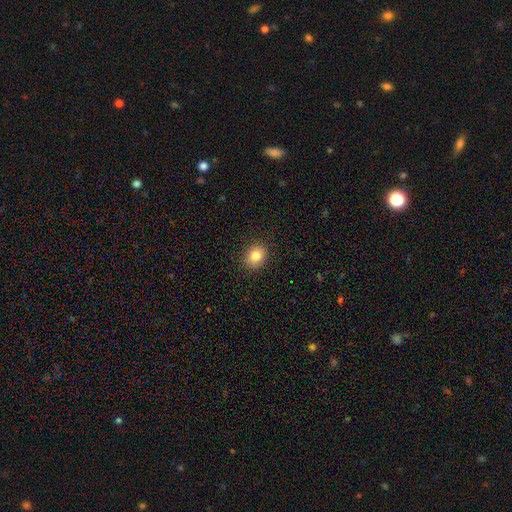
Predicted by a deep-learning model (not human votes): Overall: smooth (83%). How rounded: round (61%; in between 38%). Merging: none (90%).